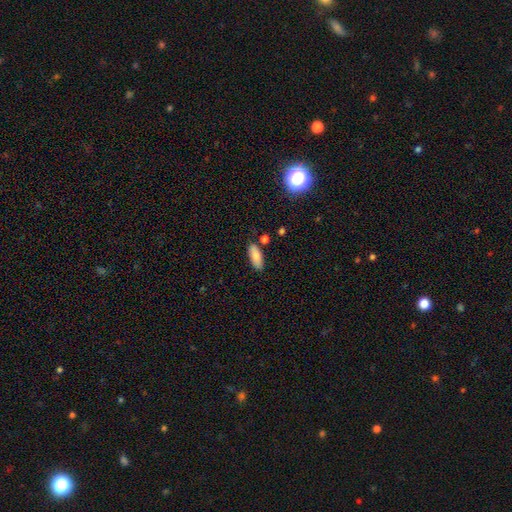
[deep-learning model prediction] Morphology: type=smooth (84%); roundness=in between (78%); merging=none (80%).